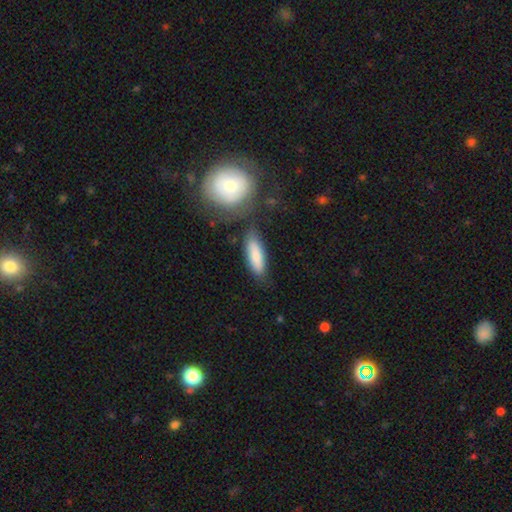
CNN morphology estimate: smooth-or-featured: smooth: 82% | featured or disk: 11% | star or artifact: 6%
  how-rounded: in between: 50% | cigar-shaped: 48% | round: 2%
  merging: none: 69% | minor disturbance: 17% | merger: 9% | major disturbance: 5%